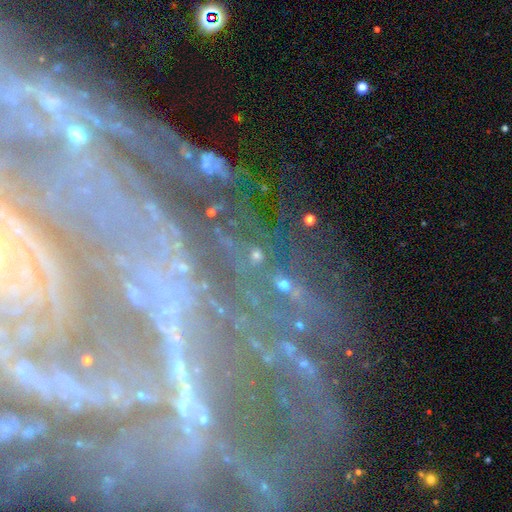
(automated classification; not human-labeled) A featured or disk galaxy (43%, tied with star or artifact). Merging: none (63%).